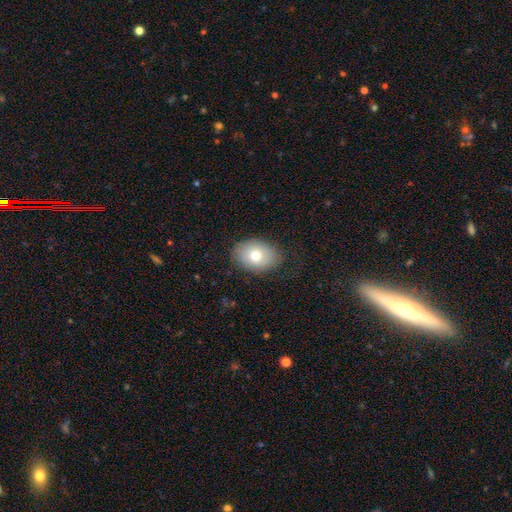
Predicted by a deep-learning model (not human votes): This is likely a smooth galaxy (74%). How rounded: likely in between (73%). Merging: likely none (79%).